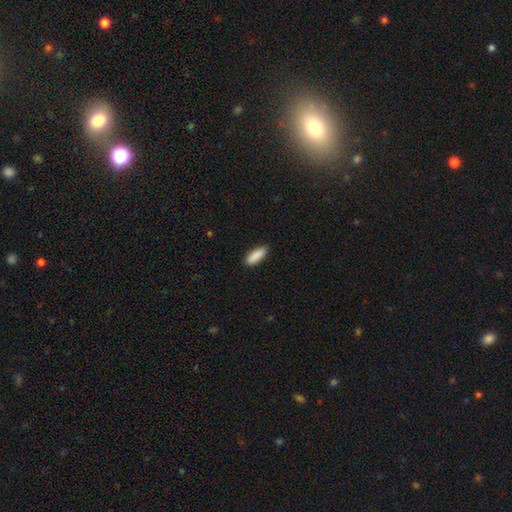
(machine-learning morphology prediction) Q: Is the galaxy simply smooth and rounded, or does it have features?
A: smooth — 91%.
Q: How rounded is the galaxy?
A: in between — 74%.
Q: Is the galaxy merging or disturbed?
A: none — 90%.